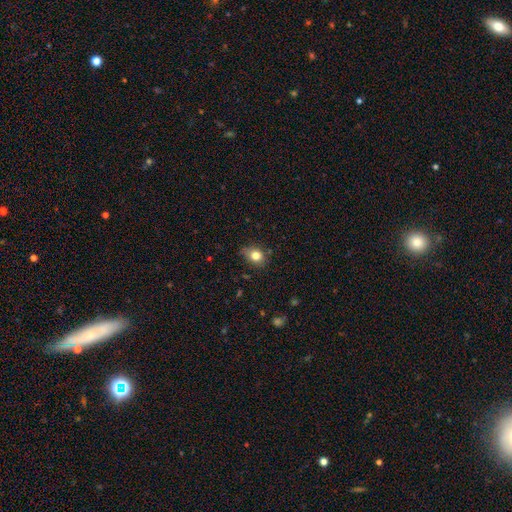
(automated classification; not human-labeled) Smooth or featured?
  - smooth: 80% *
  - star or artifact: 11%
  - featured or disk: 9%
How rounded?
  - in between: 54% *
  - round: 44%
  - cigar-shaped: 1%
Merging?
  - none: 71% *
  - minor disturbance: 23%
  - major disturbance: 4%
  - merger: 2%